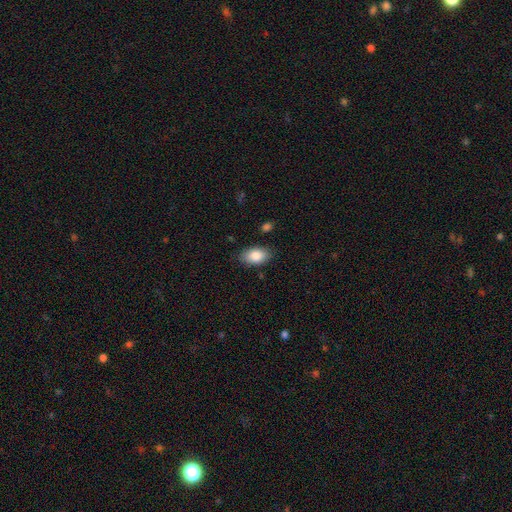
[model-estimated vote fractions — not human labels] Smooth or featured? smooth (84%)
How rounded? in between (91%)
Merging? none (84%)